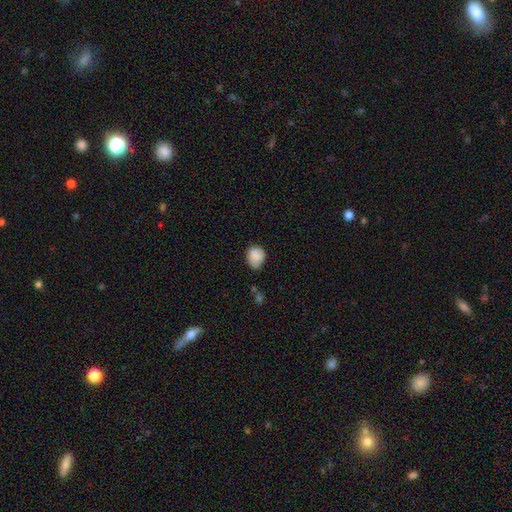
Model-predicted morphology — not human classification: smooth_or_featured: smooth (p=0.85) [alt: star or artifact p=0.08]
how_rounded: round (p=0.58) [alt: in between p=0.41]
merging: none (p=0.55) [alt: minor disturbance p=0.34]